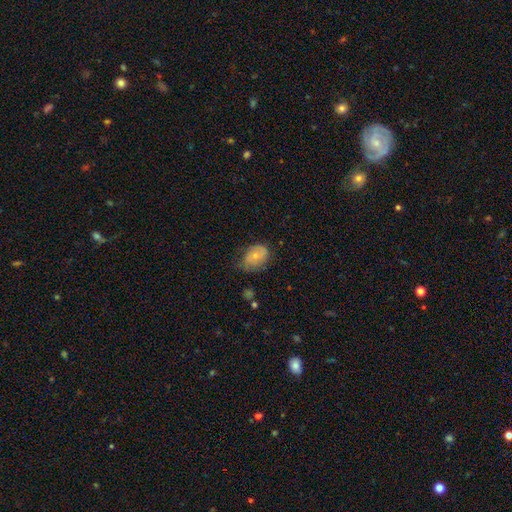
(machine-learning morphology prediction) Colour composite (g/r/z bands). It shows a smooth galaxy with no disk features (69%) that is in between round and cigar-shaped (74%). Merging: none (45%).